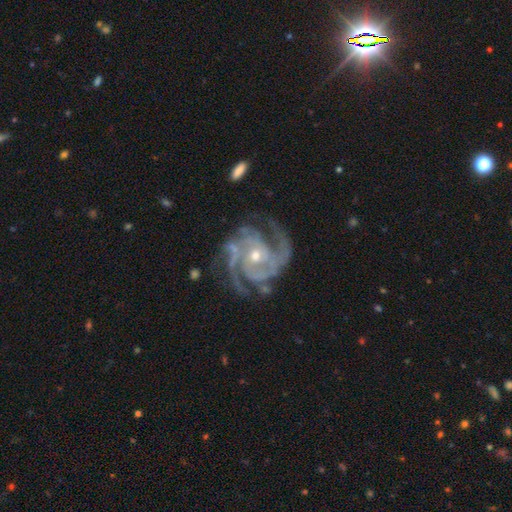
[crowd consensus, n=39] Volunteers were most divided on "spiral winding" (2-way tie): tight: 49%, medium: 49%, loose: 3%. More confident: edge-on disk — no (100%); spiral arms — yes (100%); smooth or featured — featured or disk (90%); bar — no (66%); bulge size — small (63%); merging — none (60%); spiral arm count — 2 (60%).